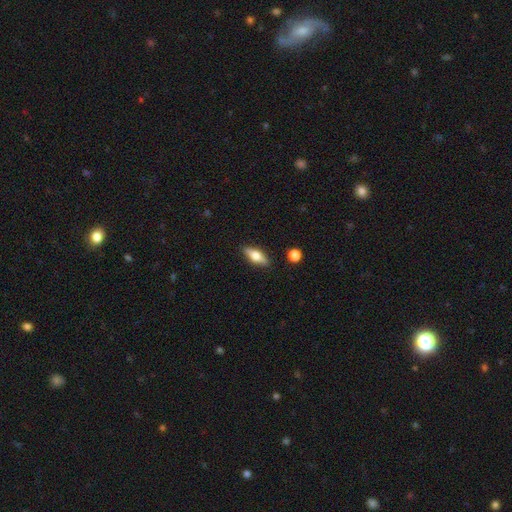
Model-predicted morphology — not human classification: smooth 50%, featured or disk 43%, star or artifact 7%. Down the decision tree: merging — none (87%).